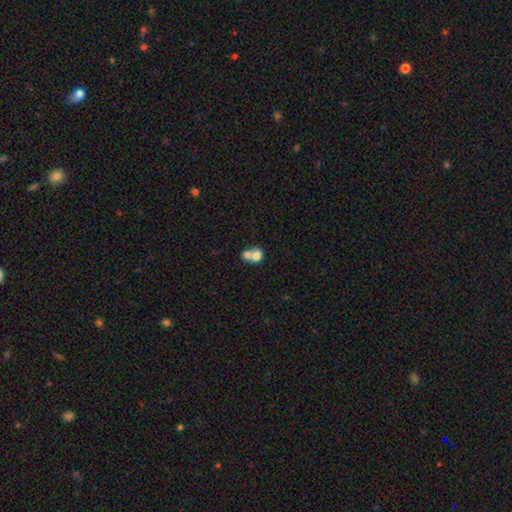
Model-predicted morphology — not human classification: smooth_or_featured: smooth (p=0.71) [alt: featured or disk p=0.19]
how_rounded: round (p=0.52) [alt: in between p=0.47]
merging: merger (p=0.71) [alt: none p=0.20]